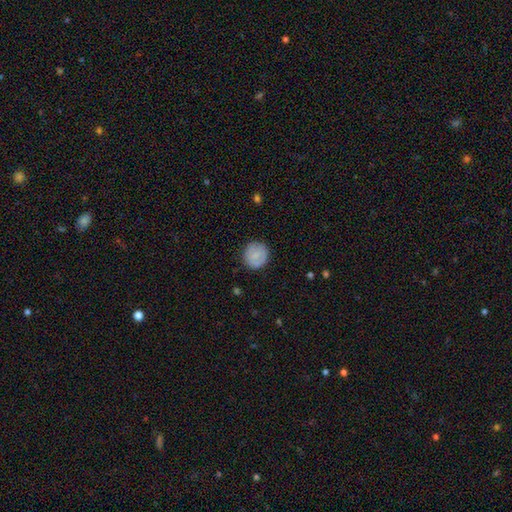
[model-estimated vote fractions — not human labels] This appears to be a smooth galaxy with no disk features (76%) that is round (90%). Merging: none (85%).